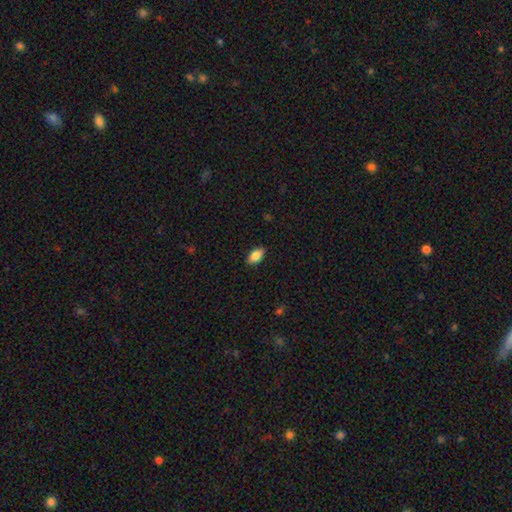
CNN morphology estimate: smooth_or_featured: smooth (p=0.84) [alt: featured or disk p=0.09]
how_rounded: in between (p=0.91) [alt: cigar-shaped p=0.05]
merging: none (p=0.89) [alt: minor disturbance p=0.09]